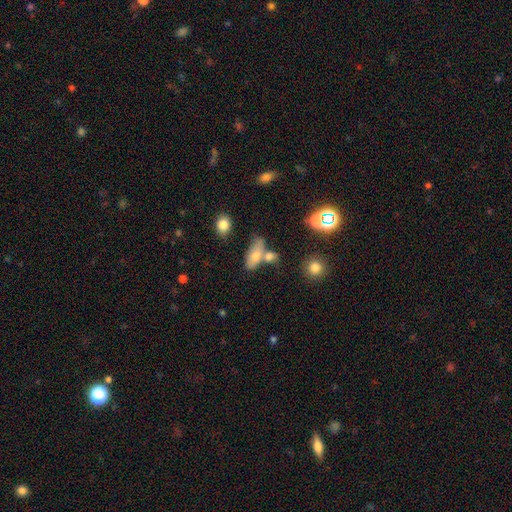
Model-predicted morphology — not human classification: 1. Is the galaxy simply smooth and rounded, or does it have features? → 68% smooth, 22% featured or disk, 10% star or artifact.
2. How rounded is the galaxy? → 78% in between, 16% cigar-shaped, 6% round.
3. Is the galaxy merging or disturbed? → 44% none, 34% merger, 15% minor disturbance, 7% major disturbance.